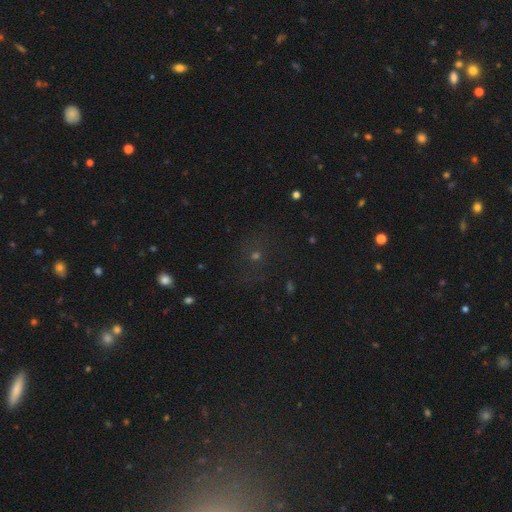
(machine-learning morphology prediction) Smooth or featured? star or artifact (48%)